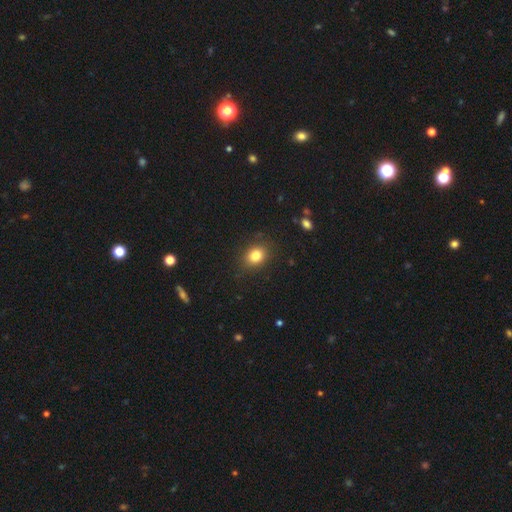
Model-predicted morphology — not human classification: smooth_or_featured: smooth (p=0.82) [alt: star or artifact p=0.11]
how_rounded: in between (p=0.50) [alt: round p=0.49]
merging: none (p=0.86) [alt: minor disturbance p=0.10]